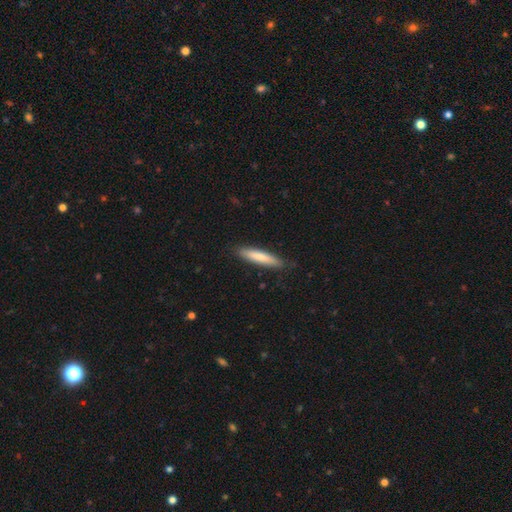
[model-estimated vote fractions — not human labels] The model was most divided on "smooth or featured": smooth: 74%, featured or disk: 21%, star or artifact: 6%. More confident: how rounded — cigar-shaped (89%); merging — none (88%).